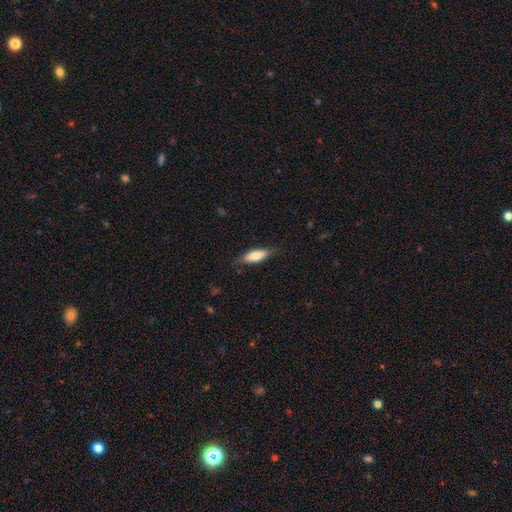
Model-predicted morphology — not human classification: Smooth or featured?
  - smooth: 74% *
  - featured or disk: 20%
  - star or artifact: 6%
How rounded?
  - in between: 63% *
  - cigar-shaped: 35%
  - round: 2%
Merging?
  - none: 78% *
  - minor disturbance: 17%
  - major disturbance: 4%
  - merger: 1%